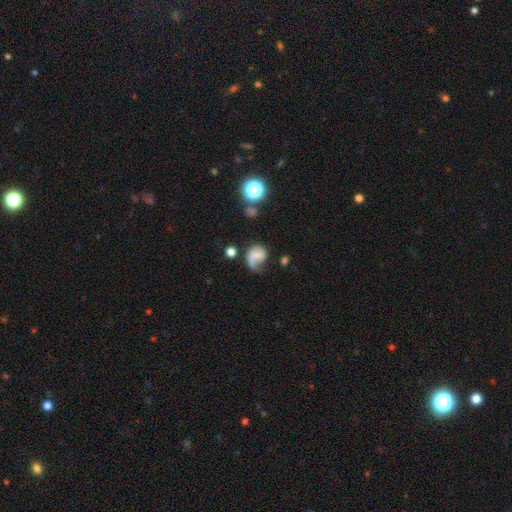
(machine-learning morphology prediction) Smooth or featured?
  - featured or disk: 49% *
  - smooth: 40%
  - star or artifact: 11%
Merging?
  - none: 37% *
  - major disturbance: 33%
  - minor disturbance: 25%
  - merger: 5%